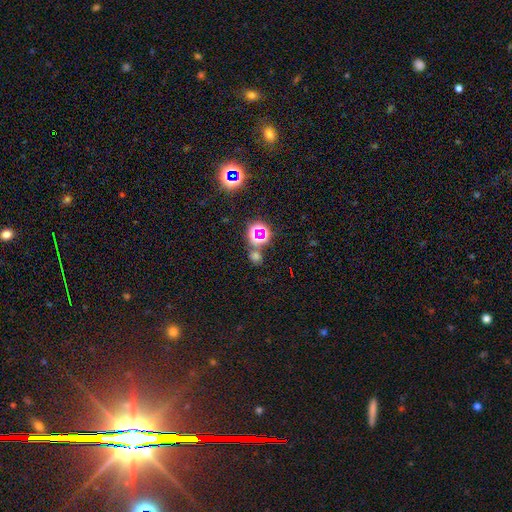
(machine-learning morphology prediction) Q: Smooth or featured?
A: star or artifact (49%); runner-up: smooth (42%)